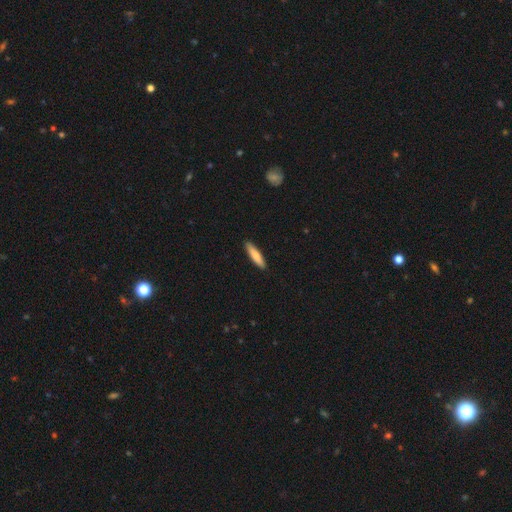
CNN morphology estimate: smooth 78%, featured or disk 17%, star or artifact 5%. Down the decision tree: how rounded — cigar-shaped (79%); merging — none (91%).